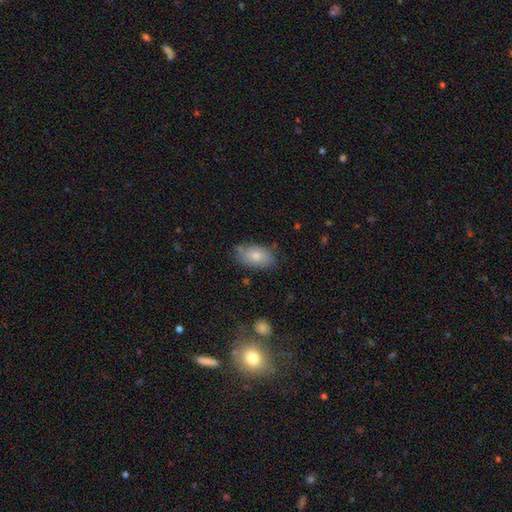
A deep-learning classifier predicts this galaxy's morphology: type=smooth (76%); roundness=in between (92%); merging=none (73%).